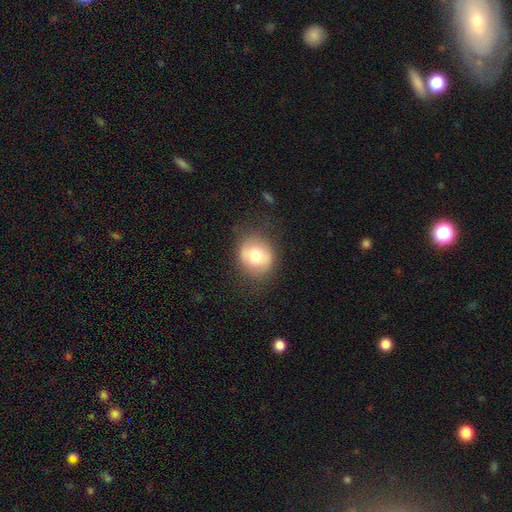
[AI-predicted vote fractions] Smooth or featured?
  - smooth: 67% *
  - featured or disk: 24%
  - star or artifact: 8%
How rounded?
  - round: 74% *
  - in between: 25%
  - cigar-shaped: 1%
Merging?
  - none: 77% *
  - minor disturbance: 15%
  - major disturbance: 6%
  - merger: 1%